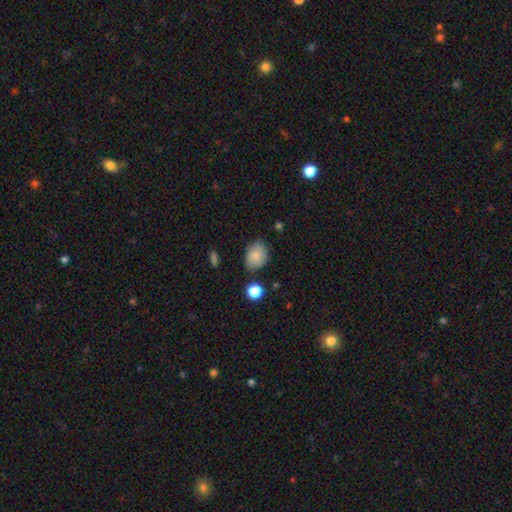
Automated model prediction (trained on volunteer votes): This is clearly a smooth galaxy (83%). How rounded: likely in between (65%). Merging: likely none (70%).